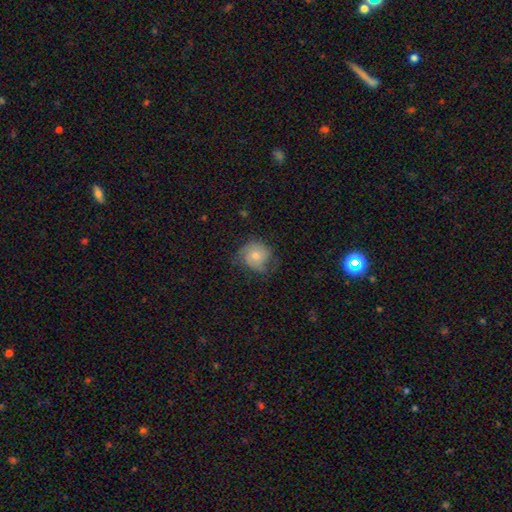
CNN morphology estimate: smooth-or-featured: smooth: 56% | featured or disk: 37% | star or artifact: 8%
  how-rounded: round: 78% | in between: 21% | cigar-shaped: 1%
  merging: none: 52% | minor disturbance: 31% | major disturbance: 16% | merger: 1%